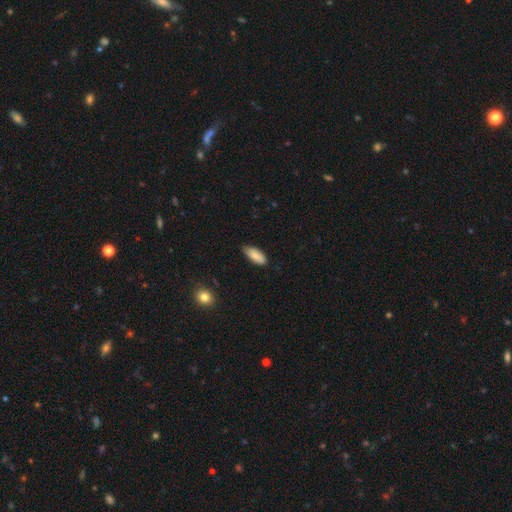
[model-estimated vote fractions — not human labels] Overall: smooth (85%). How rounded: in between (82%). Merging: none (73%).